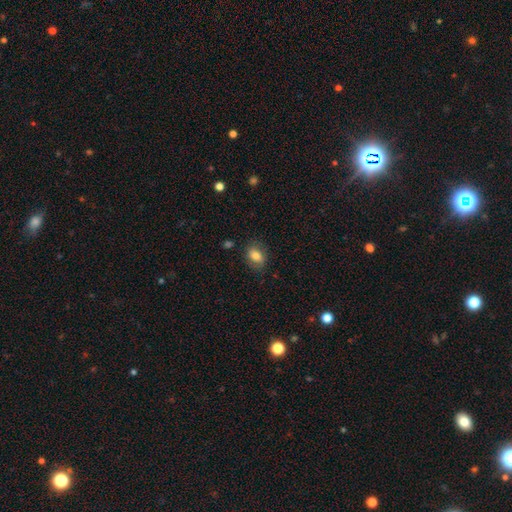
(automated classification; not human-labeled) Q: Smooth or featured?
A: smooth (77%); runner-up: featured or disk (14%)
Q: How rounded?
A: in between (72%); runner-up: round (26%)
Q: Merging?
A: none (78%); runner-up: minor disturbance (16%)